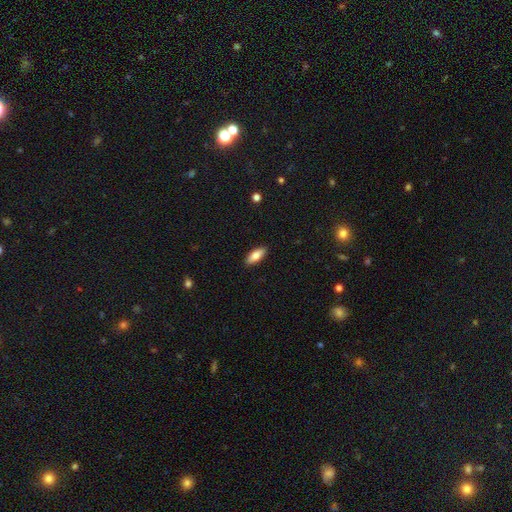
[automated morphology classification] smooth 77%, featured or disk 17%, star or artifact 6%. Down the decision tree: how rounded — in between (73%); merging — none (90%).